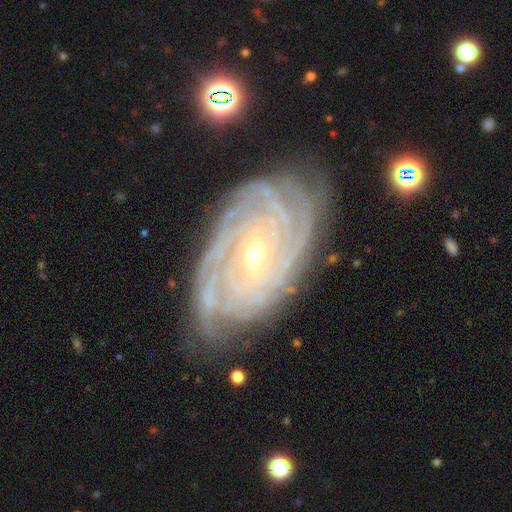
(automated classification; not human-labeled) featured or disk 91%, star or artifact 5%, smooth 4%. Down the decision tree: edge-on disk — no (96%); bar — no (52%); spiral arms — yes (98%); spiral arm count — 4 (28%); spiral winding — tight (83%); bulge size — small (72%); merging — none (78%).